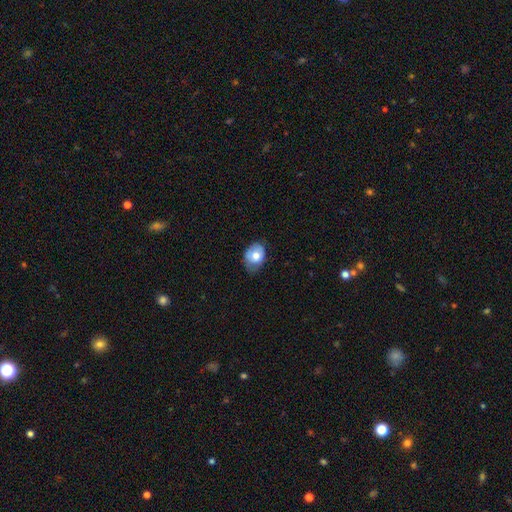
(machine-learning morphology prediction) Overall: smooth (69%). How rounded: in between (64%; round 35%). Merging: none (53%; minor disturbance 35%).